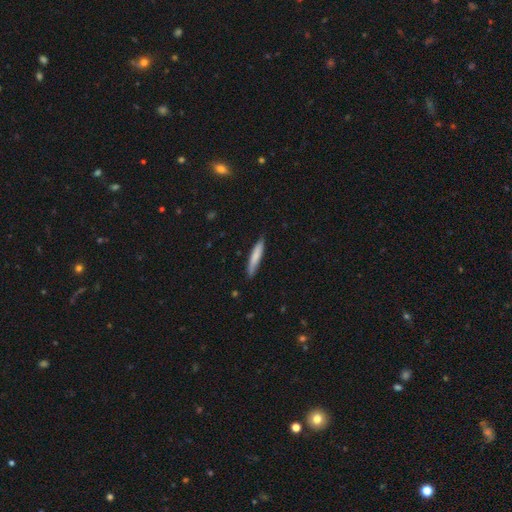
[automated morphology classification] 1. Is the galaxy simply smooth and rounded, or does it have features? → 75% smooth, 19% featured or disk, 5% star or artifact.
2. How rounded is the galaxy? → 91% cigar-shaped, 8% in between, 1% round.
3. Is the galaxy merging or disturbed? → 85% none, 12% minor disturbance, 2% major disturbance, 1% merger.